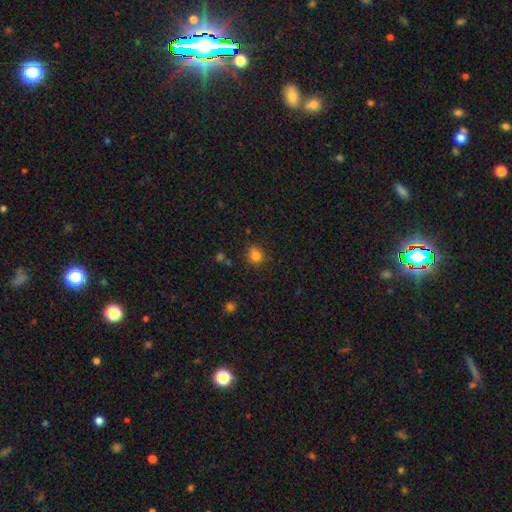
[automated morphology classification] Q: Smooth or featured?
A: smooth (82%); runner-up: star or artifact (13%)
Q: How rounded?
A: round (82%); runner-up: in between (18%)
Q: Merging?
A: none (81%); runner-up: minor disturbance (13%)